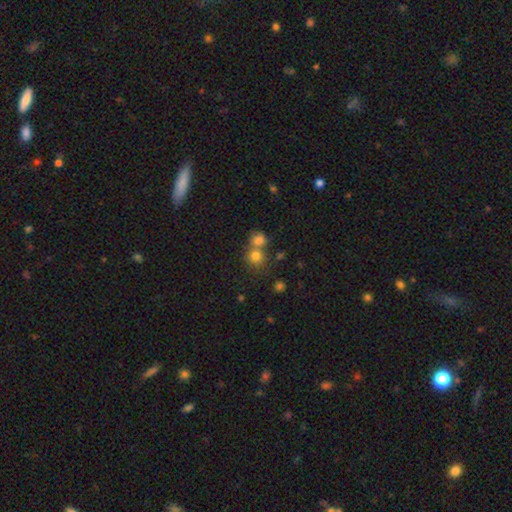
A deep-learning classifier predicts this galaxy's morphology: Smooth or featured? smooth (76%)
How rounded? round (81%)
Merging? none (46%)